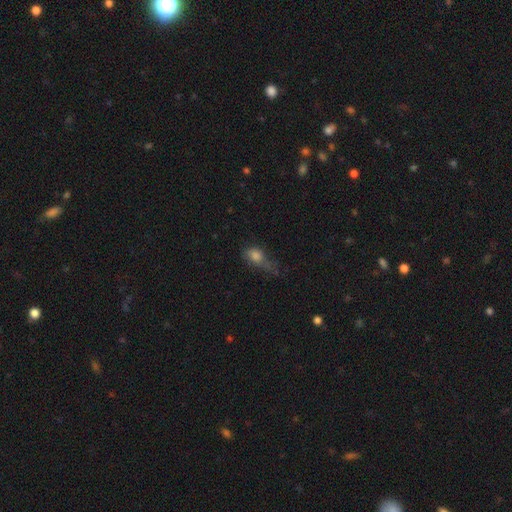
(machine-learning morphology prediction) smooth 73%, featured or disk 14%, star or artifact 13%. Down the decision tree: how rounded — in between (63%); merging — major disturbance (35%).